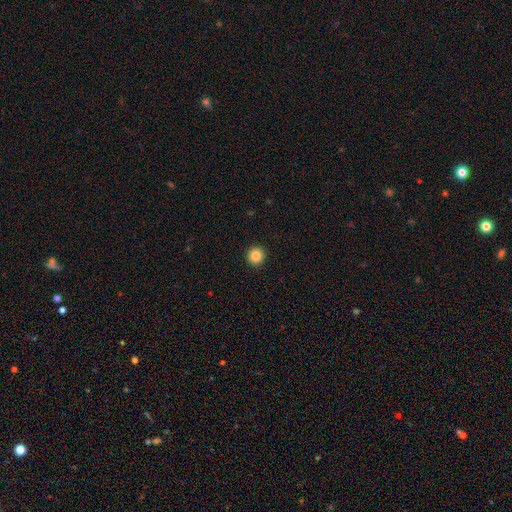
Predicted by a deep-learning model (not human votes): A smooth galaxy with no disk features (85%) that is round (94%). Merging: none (93%).